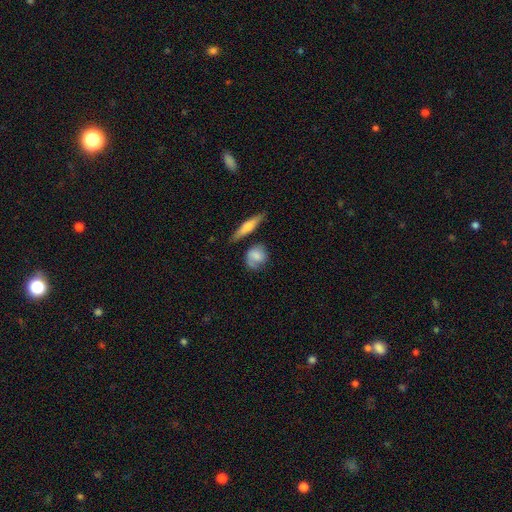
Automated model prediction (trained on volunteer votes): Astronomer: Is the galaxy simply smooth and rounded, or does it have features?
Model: smooth — 61%.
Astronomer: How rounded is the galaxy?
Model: round — 60%.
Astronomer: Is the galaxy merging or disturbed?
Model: none — 59%.